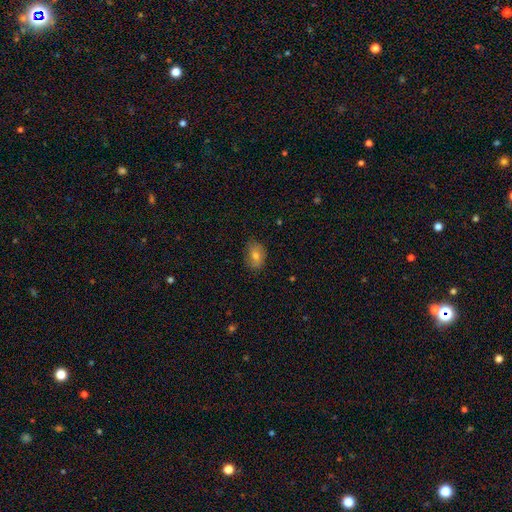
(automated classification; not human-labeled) This is likely a smooth galaxy (65%). How rounded: likely in between (77%). Merging: likely none (79%).